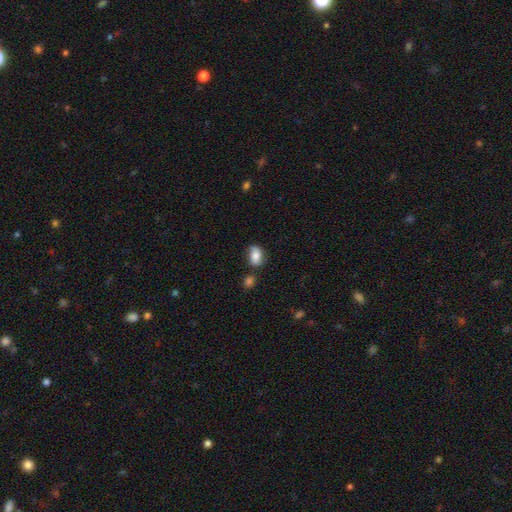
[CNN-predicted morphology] Q: Smooth or featured?
A: smooth (74%); runner-up: featured or disk (17%)
Q: How rounded?
A: in between (82%); runner-up: round (16%)
Q: Merging?
A: none (61%); runner-up: minor disturbance (23%)